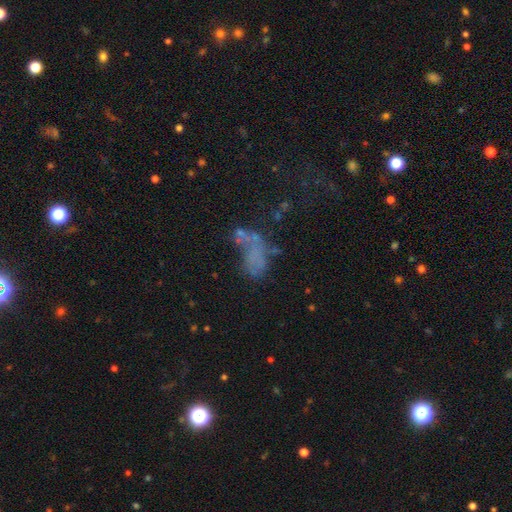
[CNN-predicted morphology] This is marginally a featured or disk galaxy (40%). Merging: marginally major disturbance (33%).